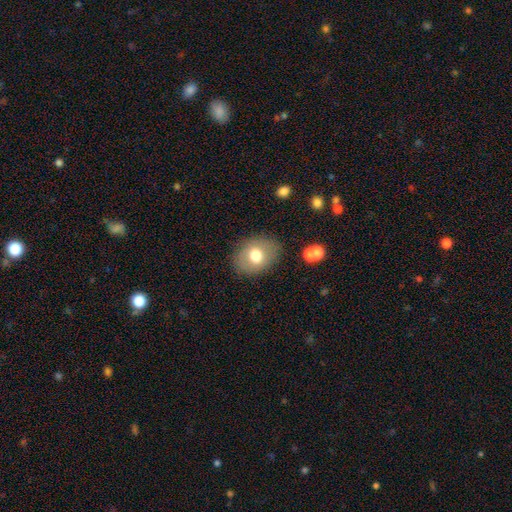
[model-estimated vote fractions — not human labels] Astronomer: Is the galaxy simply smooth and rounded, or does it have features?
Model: smooth — 71%.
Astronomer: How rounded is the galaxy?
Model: in between — 65%.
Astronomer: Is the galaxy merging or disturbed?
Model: none — 82%.